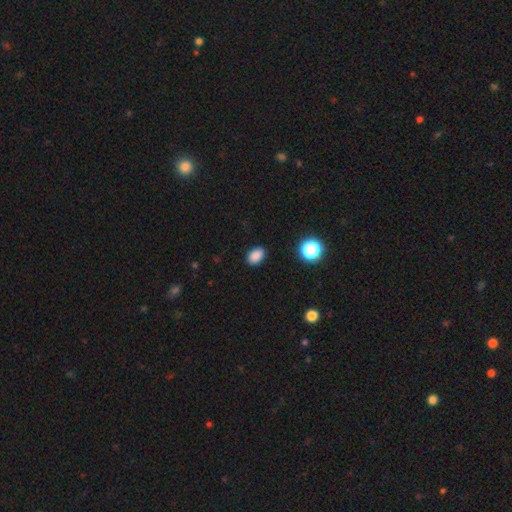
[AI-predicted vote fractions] smooth 85%, star or artifact 11%, featured or disk 4%. Down the decision tree: how rounded — in between (84%); merging — none (88%).